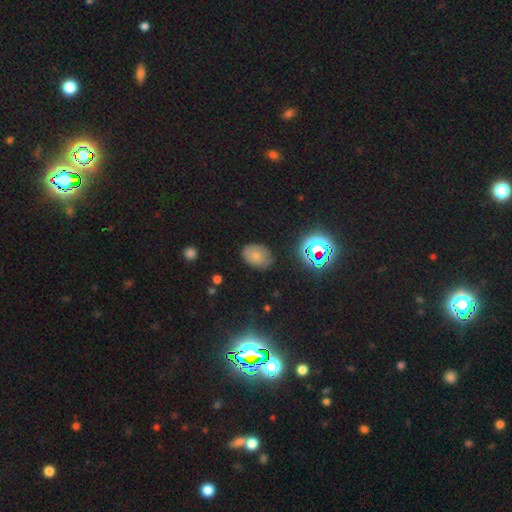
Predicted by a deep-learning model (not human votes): This appears to be a smooth galaxy with no disk features (69%) that is in between round and cigar-shaped (75%). Merging: none (77%).